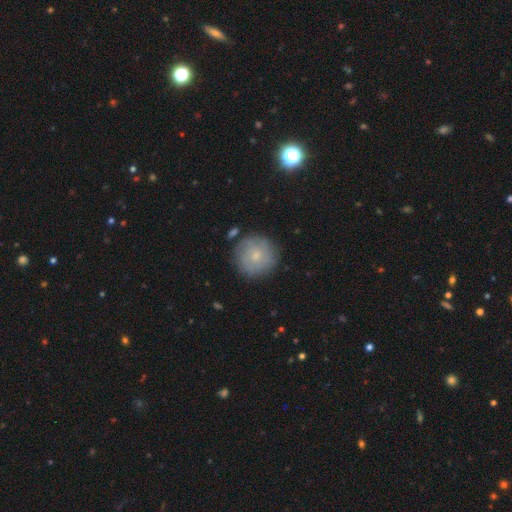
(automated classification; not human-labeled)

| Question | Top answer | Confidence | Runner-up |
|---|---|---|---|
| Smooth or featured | smooth | 60% | featured or disk (33%) |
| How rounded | round | 95% | in between (4%) |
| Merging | none | 81% | minor disturbance (12%) |